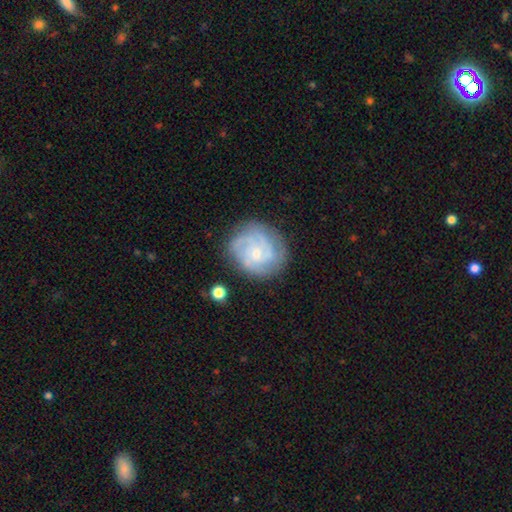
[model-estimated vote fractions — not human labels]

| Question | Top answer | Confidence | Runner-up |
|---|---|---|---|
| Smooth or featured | featured or disk | 76% | smooth (17%) |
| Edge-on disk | no | 98% | yes (2%) |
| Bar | no | 67% | weak (29%) |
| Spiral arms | yes | 92% | no (8%) |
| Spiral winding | tight | 57% | medium (34%) |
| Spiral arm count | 3 | 30% | can't tell (28%) |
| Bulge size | small | 65% | moderate (28%) |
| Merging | none | 73% | minor disturbance (17%) |